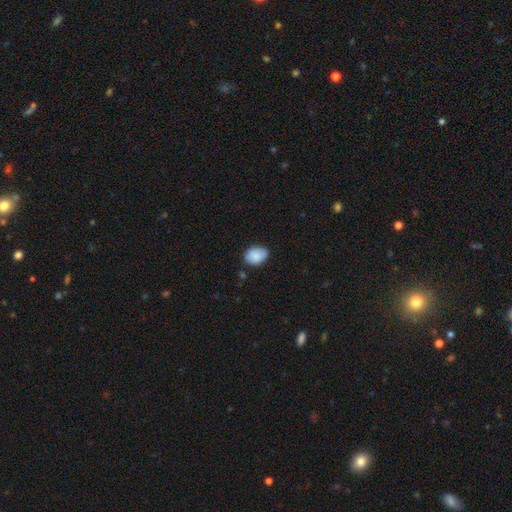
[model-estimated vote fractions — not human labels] smooth_or_featured: smooth (p=0.87) [alt: star or artifact p=0.07]
how_rounded: in between (p=0.73) [alt: round p=0.26]
merging: none (p=0.73) [alt: minor disturbance p=0.22]